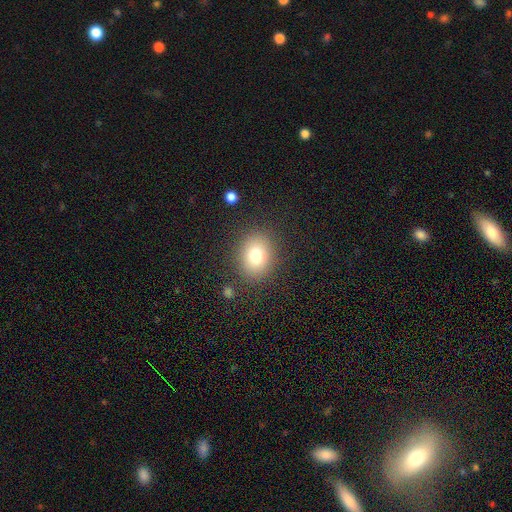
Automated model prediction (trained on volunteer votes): This appears to be a smooth galaxy with no disk features (76%) that is round (61%). Merging: none (86%).